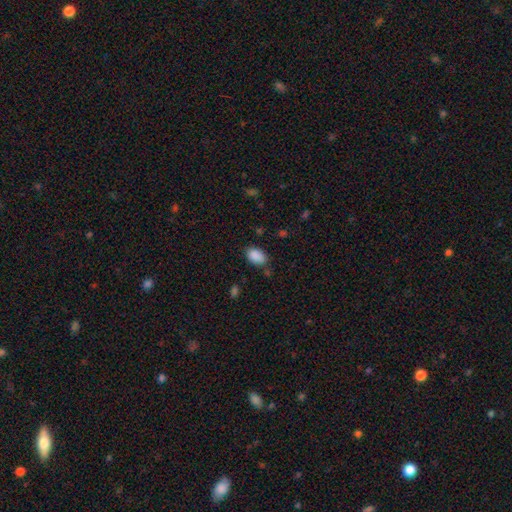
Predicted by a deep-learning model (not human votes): Smooth or featured? Predicted: smooth (p=0.89). How rounded? Predicted: in between (p=0.87). Merging? Predicted: none (p=0.77).